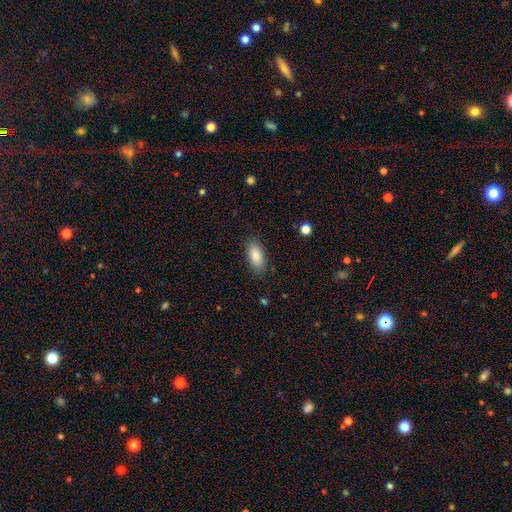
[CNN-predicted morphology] A smooth galaxy with no disk features (86%) that is in between round and cigar-shaped (89%).

Vote fractions:
- Smooth or featured? smooth: 86% / star or artifact: 7% / featured or disk: 7%
- How rounded? in between: 89% / cigar-shaped: 9% / round: 3%
- Merging? none: 86% / minor disturbance: 10% / major disturbance: 3% / merger: 1%